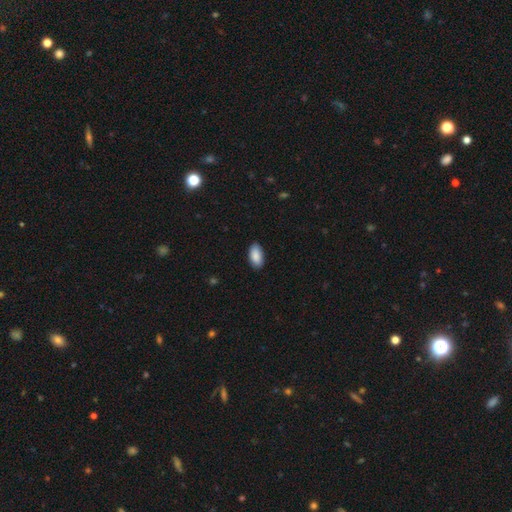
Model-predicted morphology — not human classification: smooth 89%, star or artifact 6%, featured or disk 4%. Down the decision tree: how rounded — in between (94%); merging — none (87%).